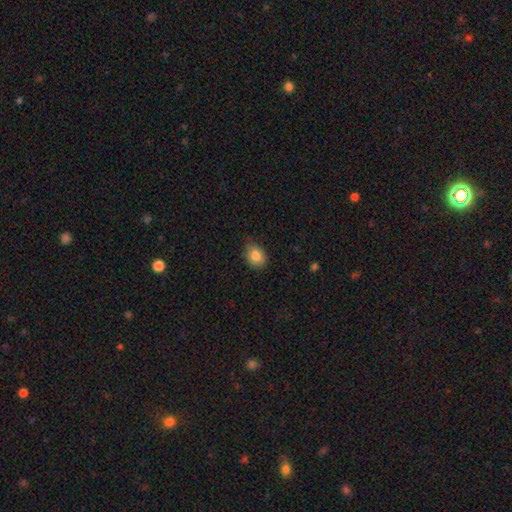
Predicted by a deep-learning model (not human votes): This is clearly a smooth galaxy (85%). How rounded: likely in between (60%). Merging: likely none (77%).